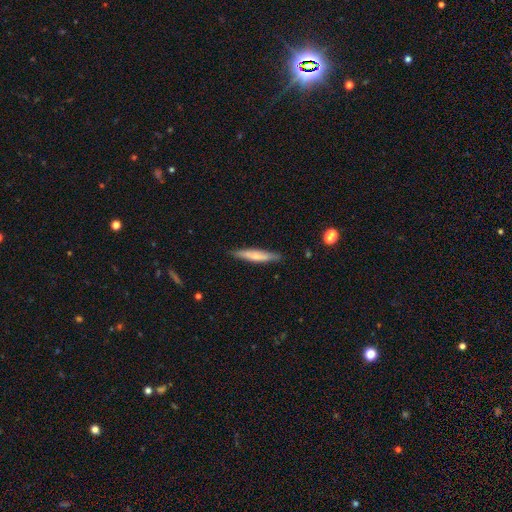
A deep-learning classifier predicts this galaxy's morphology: This appears to be a smooth galaxy with no disk features (60%) that is cigar-shaped (90%). Merging: none (87%).